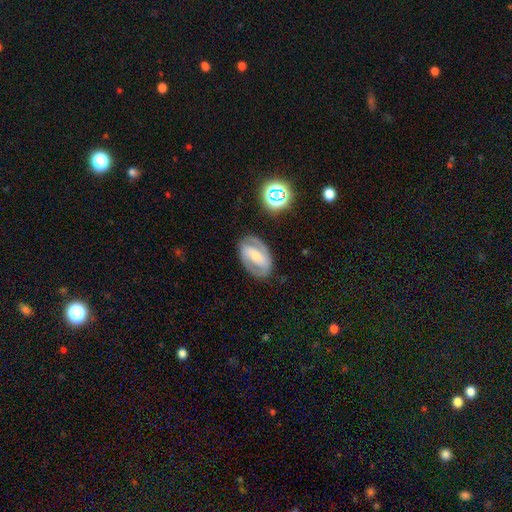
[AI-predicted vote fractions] Smooth or featured? Predicted: featured or disk (p=0.78). Edge-on disk? Predicted: no (p=0.96). Bar? Predicted: strong (p=0.43). Spiral arms? Predicted: yes (p=0.88). Spiral winding? Predicted: medium (p=0.45). Spiral arm count? Predicted: 2 (p=0.86). Bulge size? Predicted: small (p=0.51). Merging? Predicted: none (p=0.80).